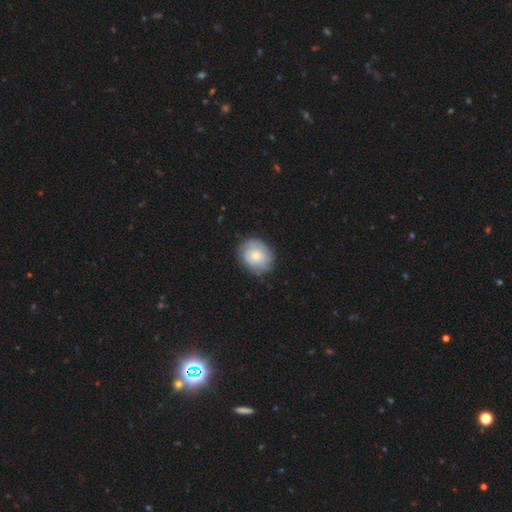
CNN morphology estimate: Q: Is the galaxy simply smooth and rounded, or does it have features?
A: smooth — 70%.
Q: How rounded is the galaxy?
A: round — 64%.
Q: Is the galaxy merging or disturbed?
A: none — 79%.